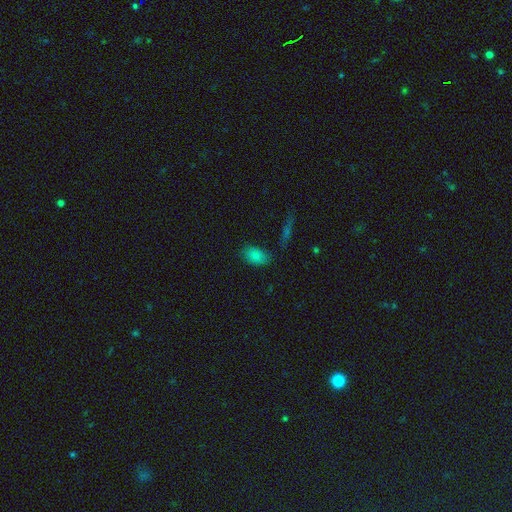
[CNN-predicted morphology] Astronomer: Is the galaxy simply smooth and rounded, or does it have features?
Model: smooth — 79%.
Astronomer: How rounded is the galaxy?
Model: in between — 89%.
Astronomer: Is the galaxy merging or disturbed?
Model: none — 77%.